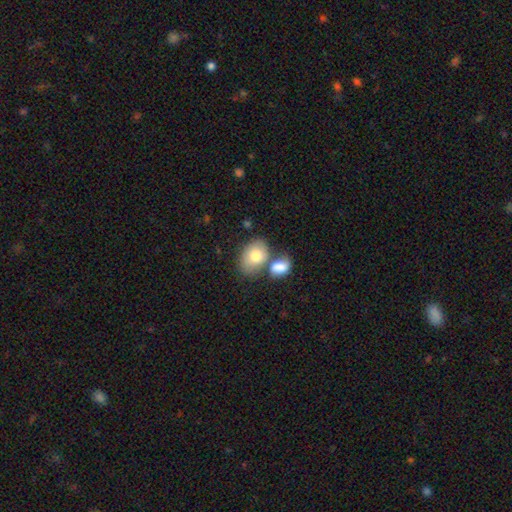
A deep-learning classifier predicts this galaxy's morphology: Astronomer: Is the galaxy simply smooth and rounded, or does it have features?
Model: smooth — 77%.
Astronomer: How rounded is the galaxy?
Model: in between — 79%.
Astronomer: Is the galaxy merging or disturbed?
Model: none — 42% (runner-up: merger, 37%).